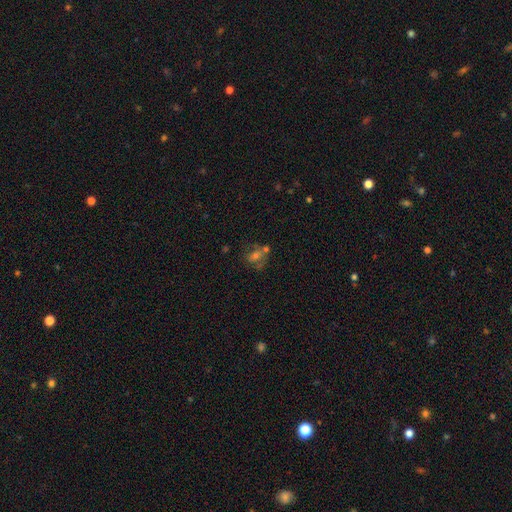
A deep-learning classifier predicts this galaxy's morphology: This is marginally a smooth galaxy (38%). Merging: possibly none (52%).